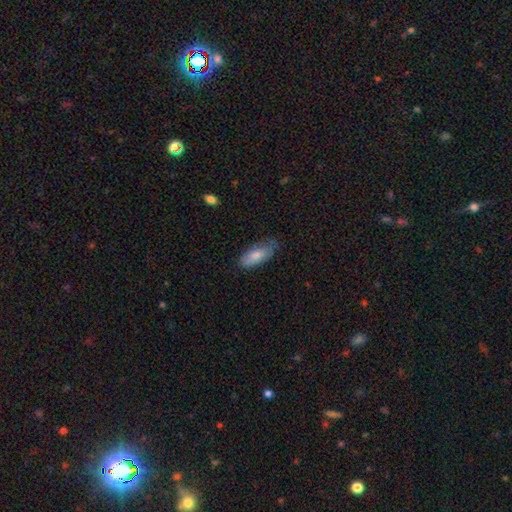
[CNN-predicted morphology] Overall: smooth (81%). How rounded: in between (82%). Merging: none (62%; minor disturbance 30%).